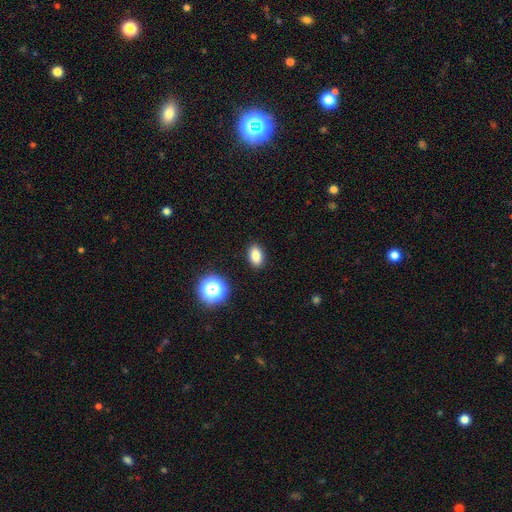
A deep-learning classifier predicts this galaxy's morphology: The model was most divided on "how rounded": in between: 85%, round: 13%, cigar-shaped: 2%. More confident: merging — none (89%); smooth or featured — smooth (84%).